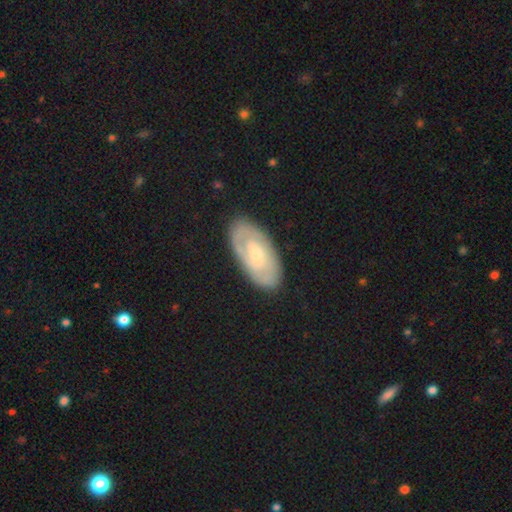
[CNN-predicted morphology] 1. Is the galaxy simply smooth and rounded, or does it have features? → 64% featured or disk, 30% smooth, 6% star or artifact.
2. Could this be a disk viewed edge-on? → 93% no, 7% yes.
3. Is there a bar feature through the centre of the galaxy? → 67% no, 27% weak, 6% strong.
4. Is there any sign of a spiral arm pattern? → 74% yes, 26% no.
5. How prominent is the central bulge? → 58% small, 32% moderate, 4% none, 4% large, 1% dominant.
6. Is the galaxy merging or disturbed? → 83% none, 13% minor disturbance, 3% major disturbance, 1% merger.